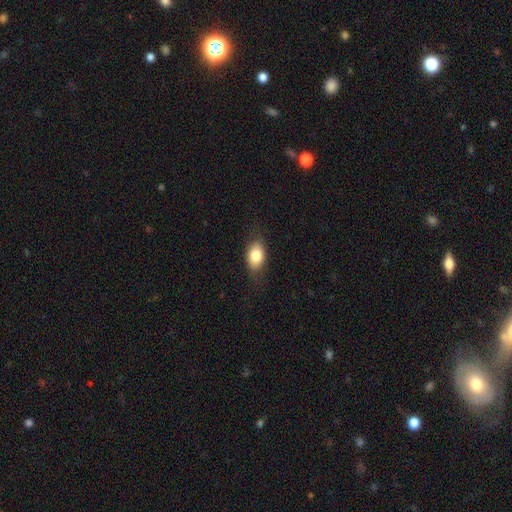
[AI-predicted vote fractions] Smooth or featured? Predicted: smooth (p=0.80). How rounded? Predicted: in between (p=0.85). Merging? Predicted: none (p=0.78).